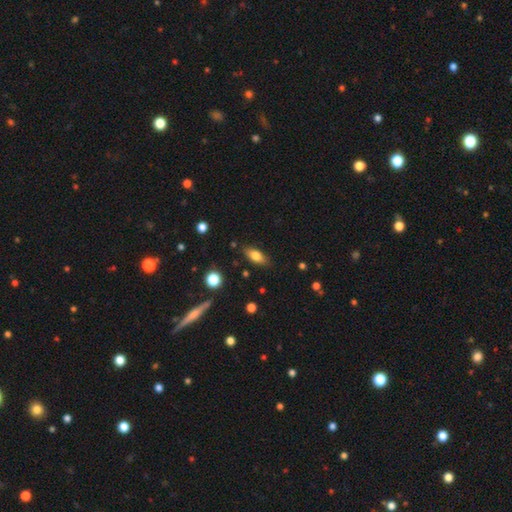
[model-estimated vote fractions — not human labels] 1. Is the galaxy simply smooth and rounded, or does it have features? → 77% smooth, 15% featured or disk, 8% star or artifact.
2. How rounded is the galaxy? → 80% in between, 16% cigar-shaped, 4% round.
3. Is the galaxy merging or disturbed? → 83% none, 12% minor disturbance, 3% major disturbance, 2% merger.